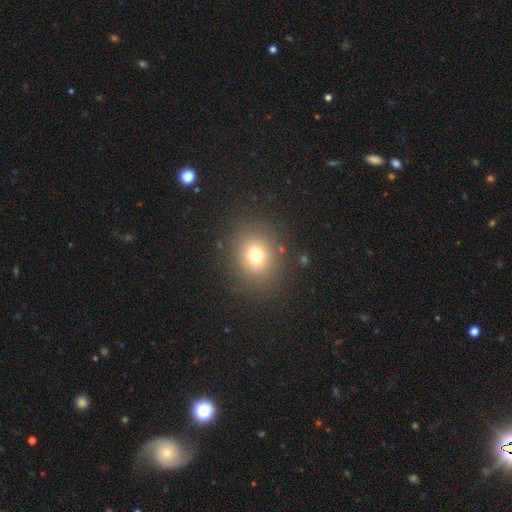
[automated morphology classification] type=smooth (72%); roundness=round (76%); merging=none (86%).